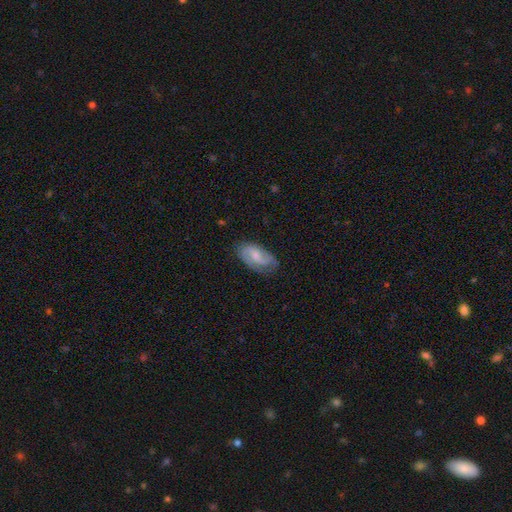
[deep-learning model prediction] Q: Smooth or featured?
A: featured or disk (62%); runner-up: smooth (31%)
Q: Edge-on disk?
A: no (96%); runner-up: yes (4%)
Q: Bar?
A: weak (48%); runner-up: no (43%)
Q: Spiral arms?
A: yes (91%); runner-up: no (9%)
Q: Spiral winding?
A: medium (46%); runner-up: loose (31%)
Q: Spiral arm count?
A: 2 (77%); runner-up: can't tell (11%)
Q: Bulge size?
A: small (46%); runner-up: moderate (36%)
Q: Merging?
A: none (67%); runner-up: minor disturbance (23%)